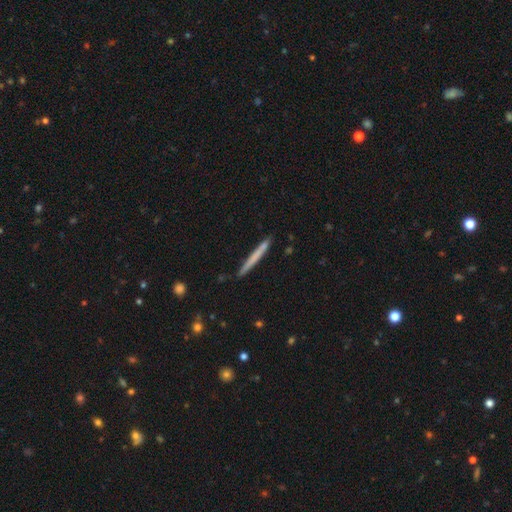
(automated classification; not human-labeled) smooth_or_featured: smooth (p=0.61) [alt: featured or disk p=0.34]
how_rounded: cigar-shaped (p=0.97) [alt: in between p=0.02]
merging: none (p=0.88) [alt: minor disturbance p=0.09]